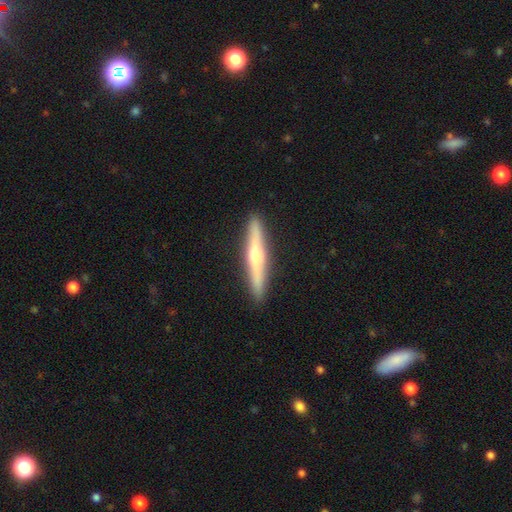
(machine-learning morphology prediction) A featured or disk galaxy (56%) viewed edge-on (96%) with a rounded central bulge (77%).

Vote fractions:
- Smooth or featured? featured or disk: 56% / smooth: 38% / star or artifact: 6%
- Edge-on disk? yes: 96% / no: 4%
- Edge-on bulge? rounded: 77% / none: 16% / boxy: 7%
- Merging? none: 91% / minor disturbance: 6% / major disturbance: 1% / merger: 1%